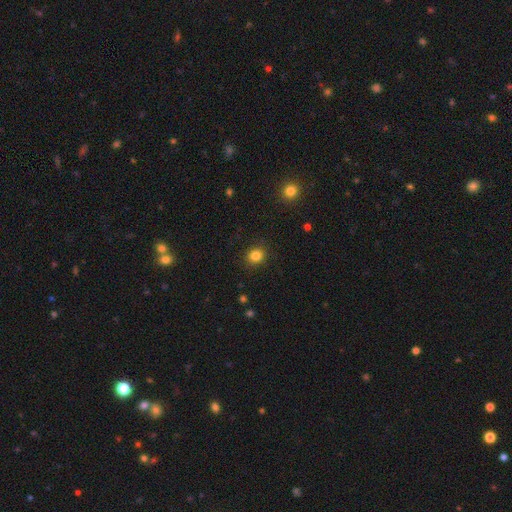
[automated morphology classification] The model was most divided on "how rounded": round: 81%, in between: 18%, cigar-shaped: 1%. More confident: merging — none (90%); smooth or featured — smooth (83%).